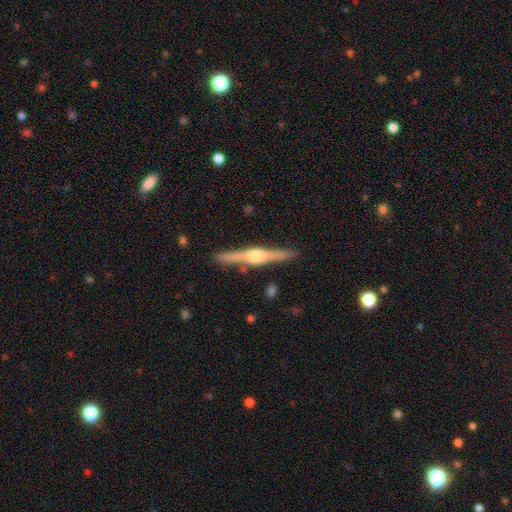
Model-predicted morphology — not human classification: type=featured or disk (80%); edge-on=yes (98%); edge-on bulge=rounded (89%); merging=none (89%).